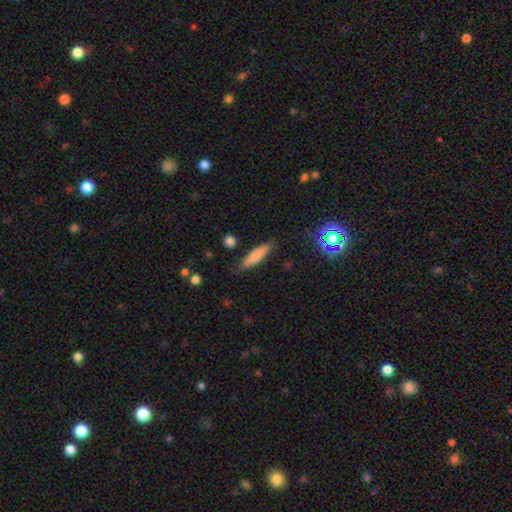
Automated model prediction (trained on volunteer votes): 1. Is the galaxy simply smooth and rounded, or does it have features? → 80% smooth, 13% featured or disk, 8% star or artifact.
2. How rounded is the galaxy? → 72% cigar-shaped, 26% in between, 2% round.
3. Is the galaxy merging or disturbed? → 77% none, 17% minor disturbance, 3% major disturbance, 2% merger.